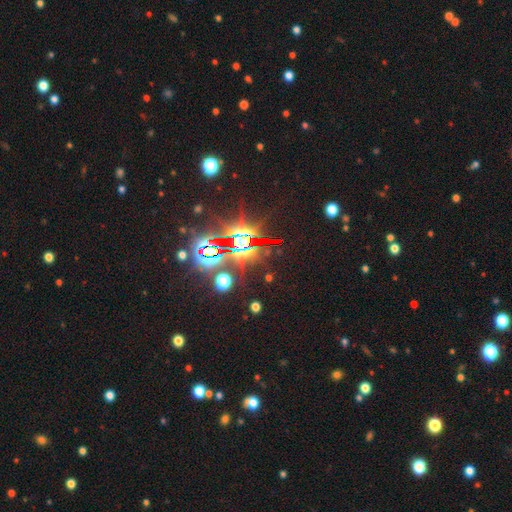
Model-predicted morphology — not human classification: smooth_or_featured: star or artifact (p=0.84) [alt: featured or disk p=0.08]